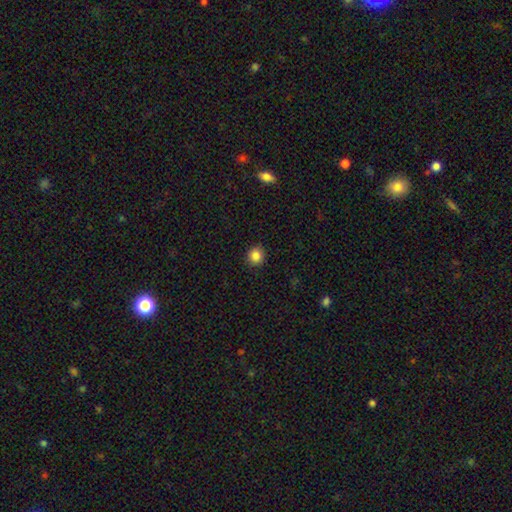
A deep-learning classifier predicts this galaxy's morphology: Overall: smooth (85%). How rounded: round (91%). Merging: none (91%).